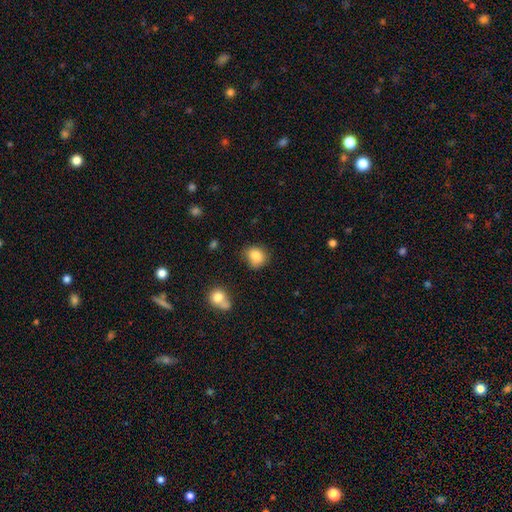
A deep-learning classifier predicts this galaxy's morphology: Smooth or featured? Predicted: smooth (p=0.84). How rounded? Predicted: round (p=0.69). Merging? Predicted: none (p=0.67).